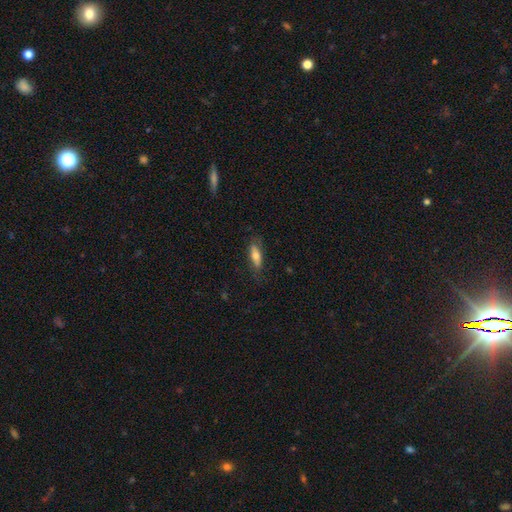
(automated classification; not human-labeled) Smooth or featured: smooth — 67% (featured or disk — 26%)
How rounded: in between — 52% (cigar-shaped — 46%)
Merging: none — 74% (minor disturbance — 19%)